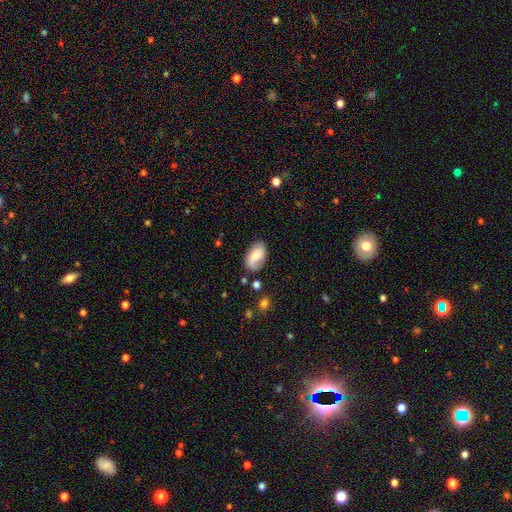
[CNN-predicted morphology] Overall: smooth (54%; featured or disk 38%). How rounded: in between (92%). Merging: none (66%).